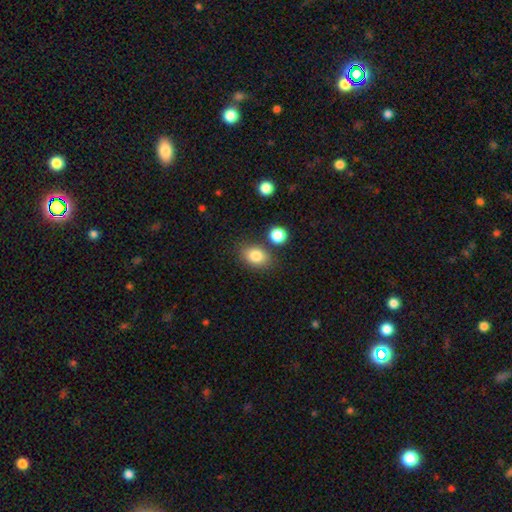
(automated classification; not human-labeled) A smooth galaxy with no disk features (83%) that is in between round and cigar-shaped (74%). Merging: none (77%).